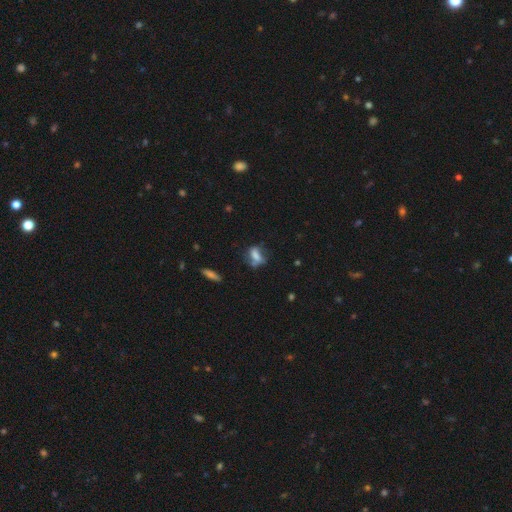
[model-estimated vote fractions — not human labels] Smooth or featured? Predicted: smooth (p=0.58). How rounded? Predicted: in between (p=0.70). Merging? Predicted: none (p=0.45).